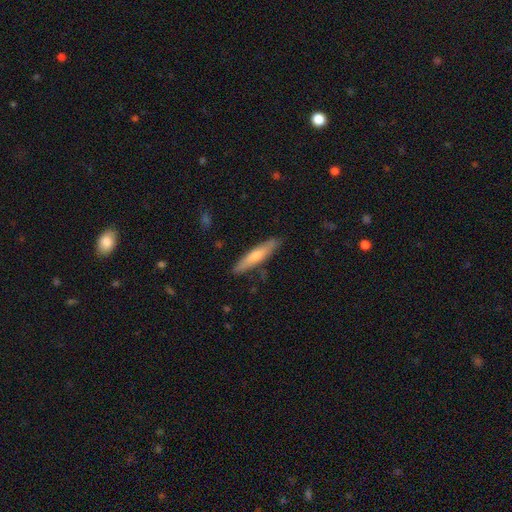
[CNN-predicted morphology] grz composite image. It shows a smooth galaxy with no disk features (58%) that is cigar-shaped (88%). Merging: none (87%).